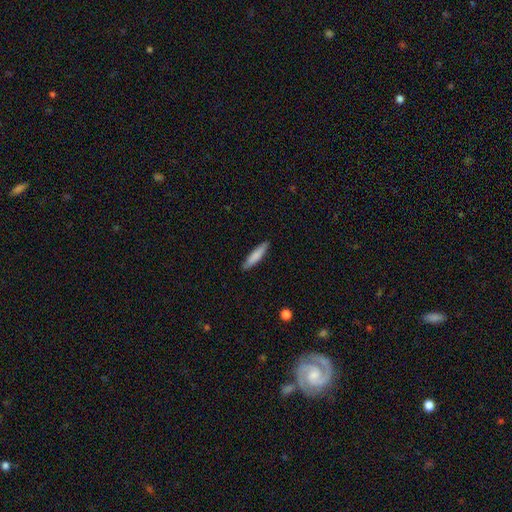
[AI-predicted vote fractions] Morphology: type=smooth (81%); roundness=cigar-shaped (82%); merging=none (87%).